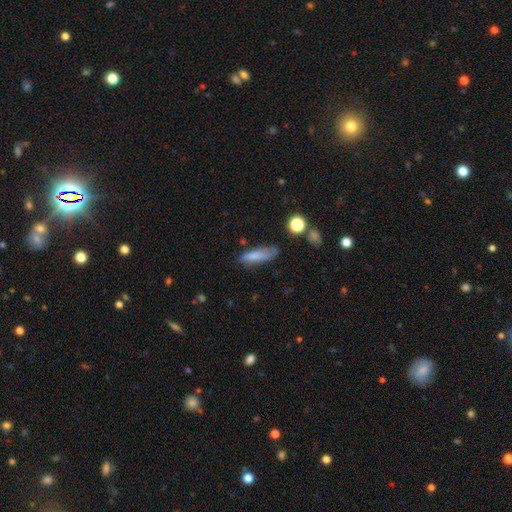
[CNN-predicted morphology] smooth 78%, featured or disk 13%, star or artifact 9%. Down the decision tree: how rounded — cigar-shaped (60%); merging — none (60%).